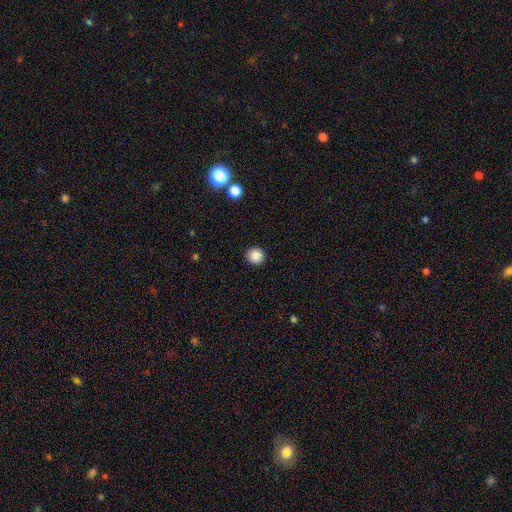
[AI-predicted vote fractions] Smooth or featured?
  - smooth: 87% *
  - star or artifact: 10%
  - featured or disk: 3%
How rounded?
  - round: 93% *
  - in between: 6%
  - cigar-shaped: 1%
Merging?
  - none: 92% *
  - minor disturbance: 6%
  - major disturbance: 2%
  - merger: 1%